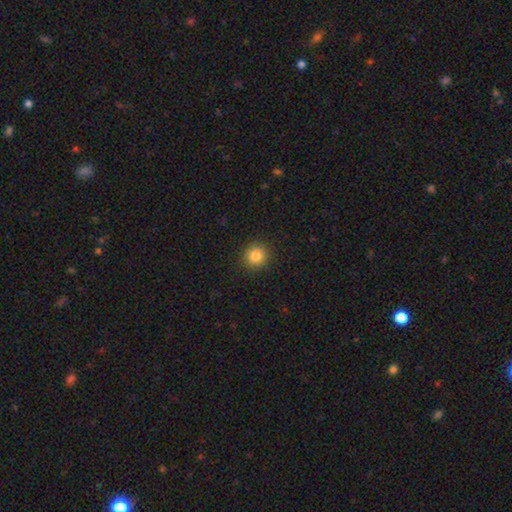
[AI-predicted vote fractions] Q: Smooth or featured?
A: smooth (84%); runner-up: star or artifact (11%)
Q: How rounded?
A: round (91%); runner-up: in between (8%)
Q: Merging?
A: none (90%); runner-up: minor disturbance (6%)